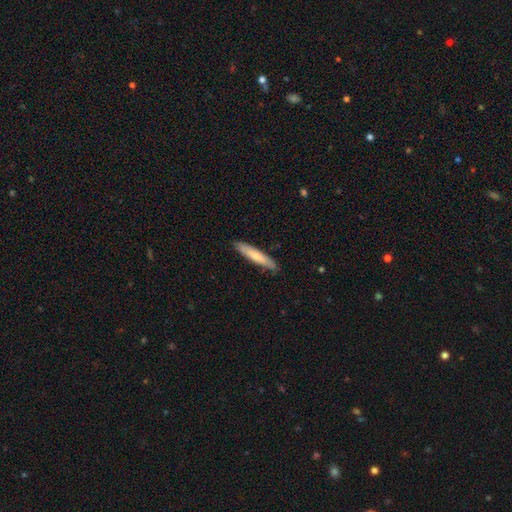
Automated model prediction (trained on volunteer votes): This appears to be a smooth galaxy with no disk features (71%) that is cigar-shaped (89%). Merging: none (87%).